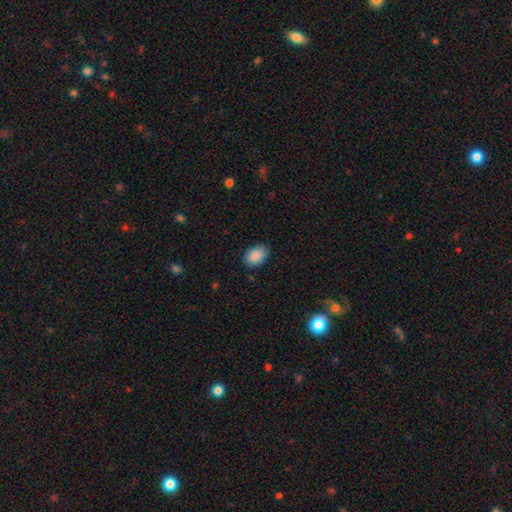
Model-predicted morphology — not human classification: A smooth galaxy with no disk features (88%) that is in between round and cigar-shaped (81%). Merging: none (80%).